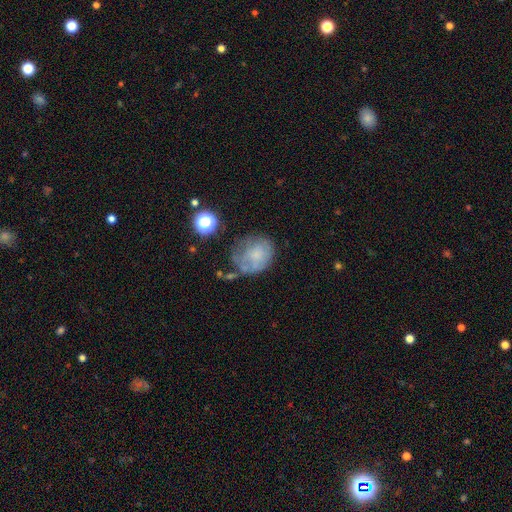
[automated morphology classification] A smooth galaxy with no disk features (55%) that is round (65%). Merging: none (41%).